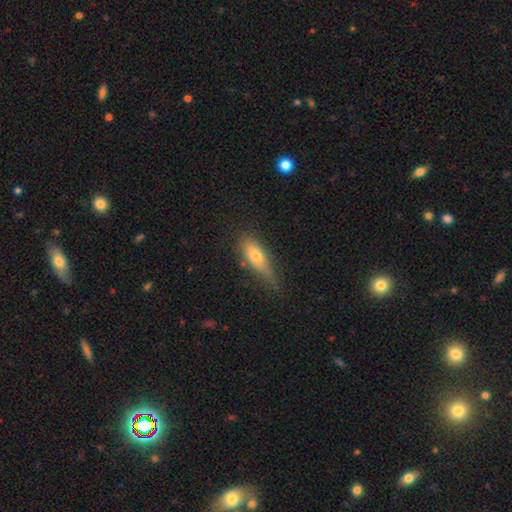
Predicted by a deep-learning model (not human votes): The model was most divided on "merging": none: 54%, minor disturbance: 34%, major disturbance: 10%, merger: 3%. More confident: smooth or featured — smooth (64%); how rounded — in between (59%).